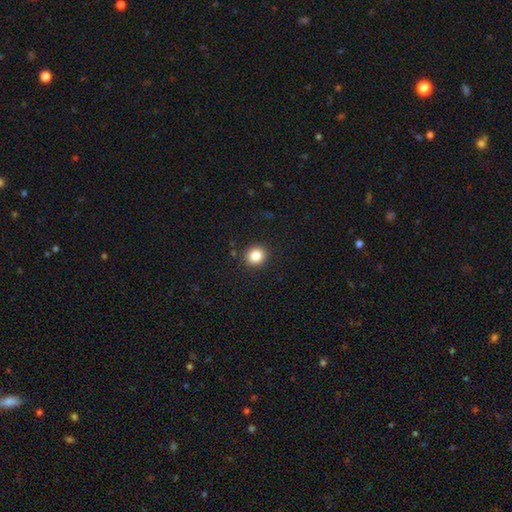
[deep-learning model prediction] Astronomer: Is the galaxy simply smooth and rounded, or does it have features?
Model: smooth — 85%.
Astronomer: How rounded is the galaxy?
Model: round — 86%.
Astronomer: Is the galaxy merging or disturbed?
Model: none — 91%.